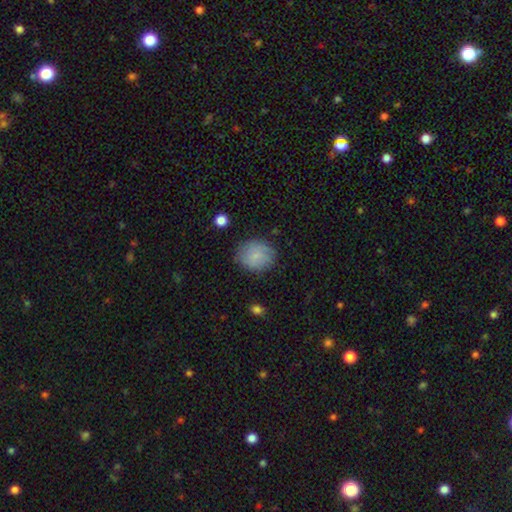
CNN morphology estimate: Smooth or featured? smooth (74%)
How rounded? round (76%)
Merging? none (79%)